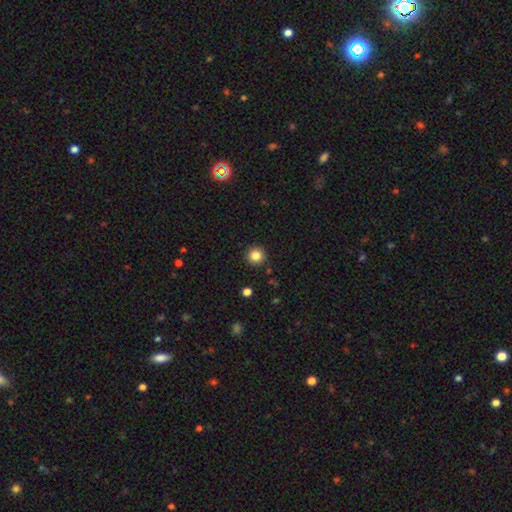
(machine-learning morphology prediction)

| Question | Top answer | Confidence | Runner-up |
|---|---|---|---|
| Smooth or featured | smooth | 84% | star or artifact (11%) |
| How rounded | round | 95% | in between (4%) |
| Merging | none | 92% | minor disturbance (5%) |